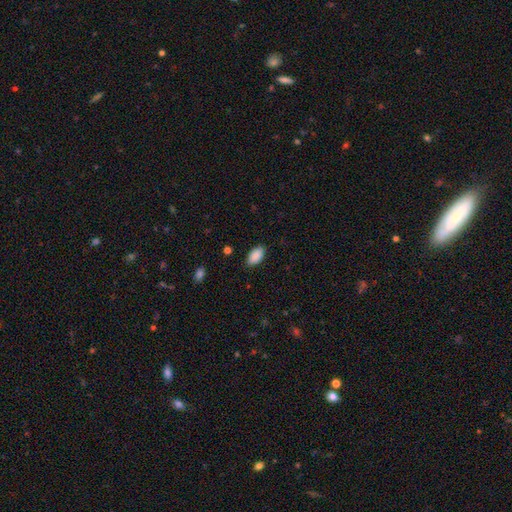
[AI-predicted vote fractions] smooth 89%, star or artifact 7%, featured or disk 4%. Down the decision tree: how rounded — in between (95%); merging — none (87%).